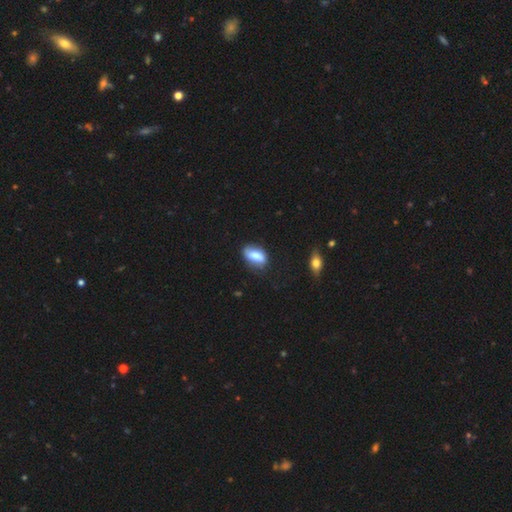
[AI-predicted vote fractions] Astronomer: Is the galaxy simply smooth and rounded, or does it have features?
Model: smooth — 70%.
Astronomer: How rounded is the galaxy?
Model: in between — 88%.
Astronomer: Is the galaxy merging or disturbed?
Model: none — 68%.